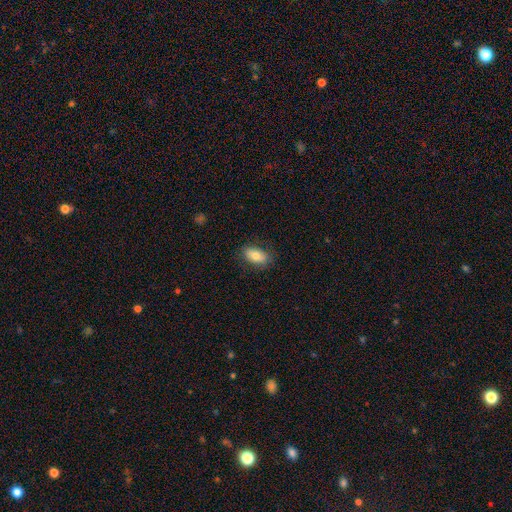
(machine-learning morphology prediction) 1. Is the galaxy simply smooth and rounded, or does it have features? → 78% smooth, 15% featured or disk, 7% star or artifact.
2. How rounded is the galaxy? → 91% in between, 7% round, 3% cigar-shaped.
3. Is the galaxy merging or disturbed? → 83% none, 13% minor disturbance, 3% major disturbance, 1% merger.